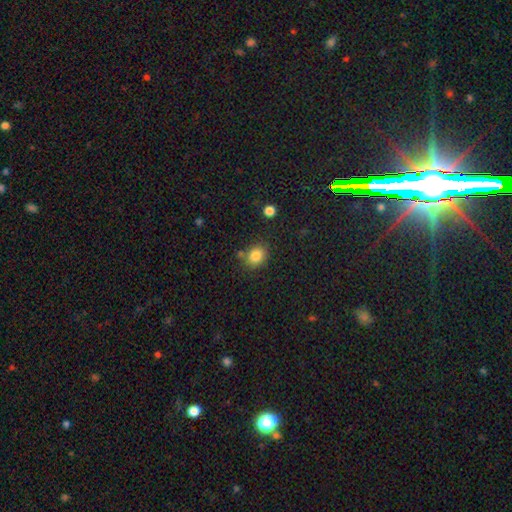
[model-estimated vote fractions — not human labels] This appears to be a smooth galaxy with no disk features (83%) that is round (62%). Merging: none (74%).